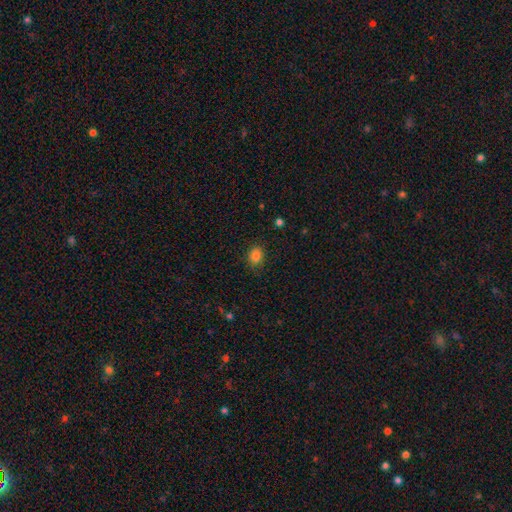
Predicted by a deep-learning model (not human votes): This appears to be a smooth galaxy with no disk features (84%) that is in between round and cigar-shaped (62%). Merging: none (84%).